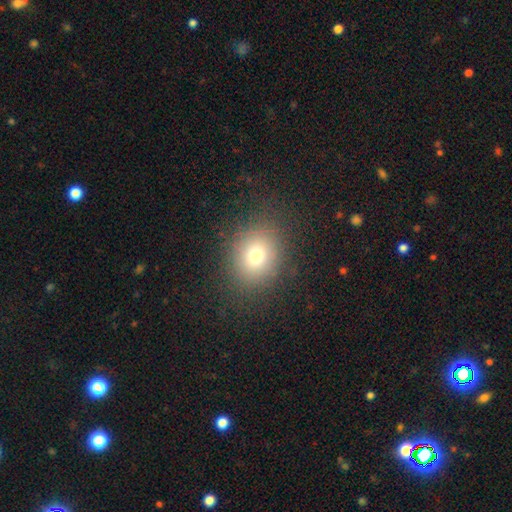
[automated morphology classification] Smooth or featured: smooth — 74% (star or artifact — 15%)
How rounded: round — 67% (in between — 32%)
Merging: none — 86% (minor disturbance — 9%)